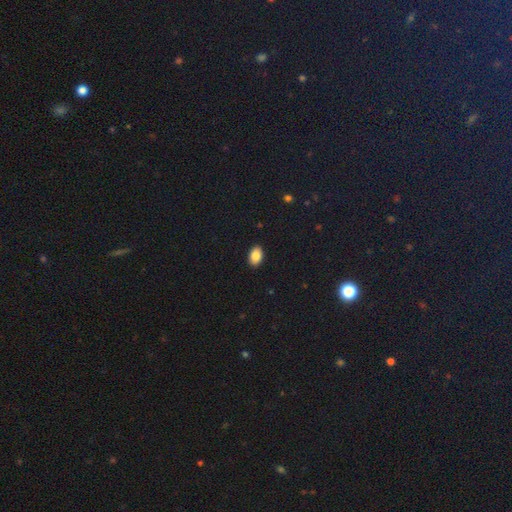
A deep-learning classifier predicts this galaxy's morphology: A smooth galaxy with no disk features (86%) that is in between round and cigar-shaped (86%). Merging: none (91%).